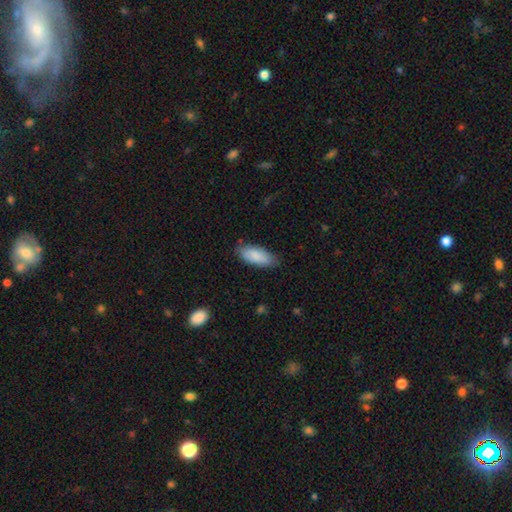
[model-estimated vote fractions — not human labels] Smooth or featured: smooth — 86% (featured or disk — 8%)
How rounded: in between — 83% (cigar-shaped — 16%)
Merging: none — 77% (minor disturbance — 18%)